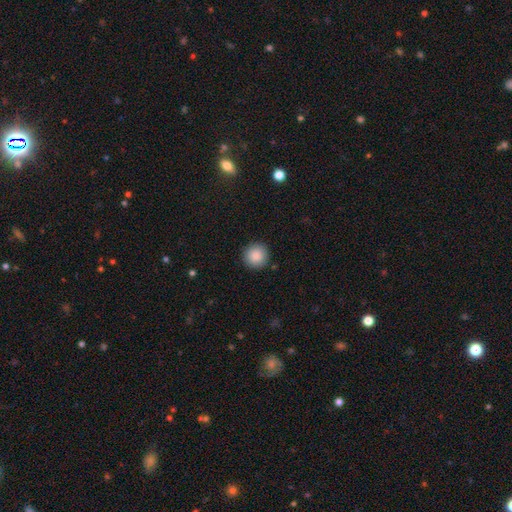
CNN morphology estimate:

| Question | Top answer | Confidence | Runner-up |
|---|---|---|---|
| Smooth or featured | smooth | 88% | star or artifact (8%) |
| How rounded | round | 95% | in between (4%) |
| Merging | none | 91% | minor disturbance (6%) |